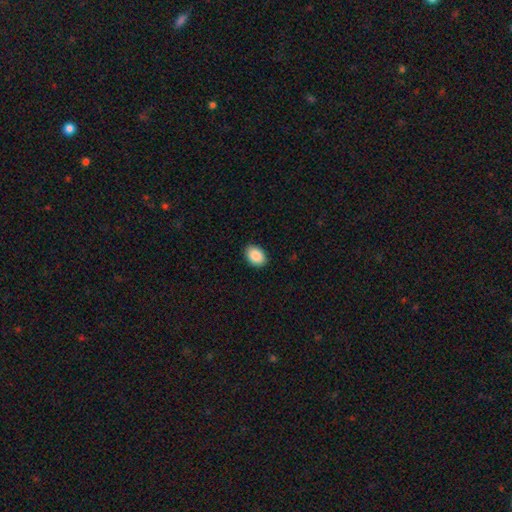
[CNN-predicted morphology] This appears to be a smooth galaxy with no disk features (89%) that is in between round and cigar-shaped (80%). Merging: none (89%).